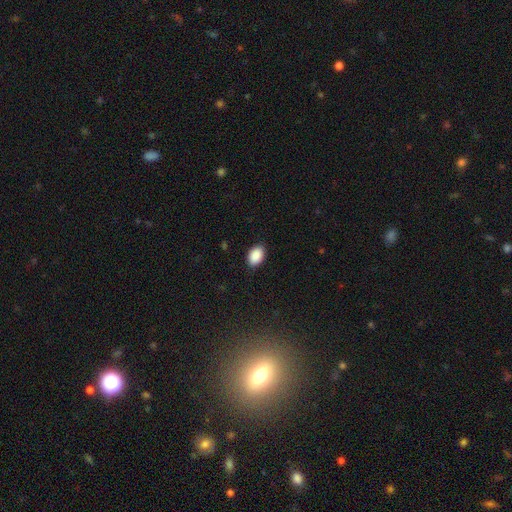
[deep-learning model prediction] smooth_or_featured: smooth (p=0.90) [alt: star or artifact p=0.07]
how_rounded: in between (p=0.89) [alt: round p=0.10]
merging: none (p=0.88) [alt: minor disturbance p=0.09]